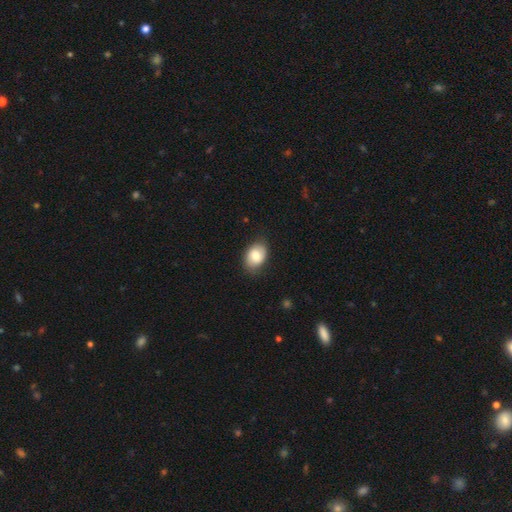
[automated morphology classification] Smooth or featured: smooth — 76% (featured or disk — 18%)
How rounded: in between — 79% (round — 19%)
Merging: none — 77% (minor disturbance — 18%)